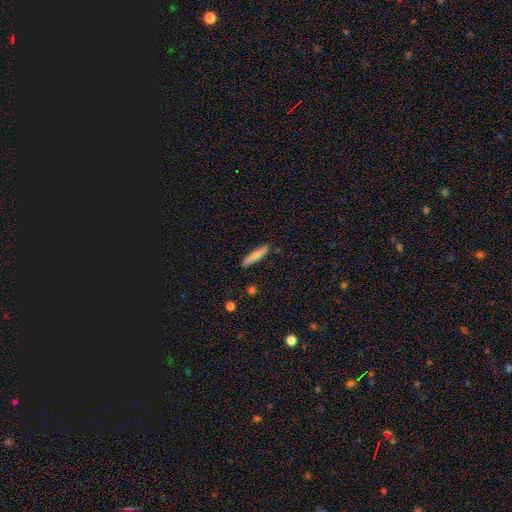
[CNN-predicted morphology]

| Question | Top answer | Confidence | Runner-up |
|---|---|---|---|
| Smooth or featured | smooth | 73% | featured or disk (21%) |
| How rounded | cigar-shaped | 88% | in between (11%) |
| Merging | none | 87% | minor disturbance (10%) |